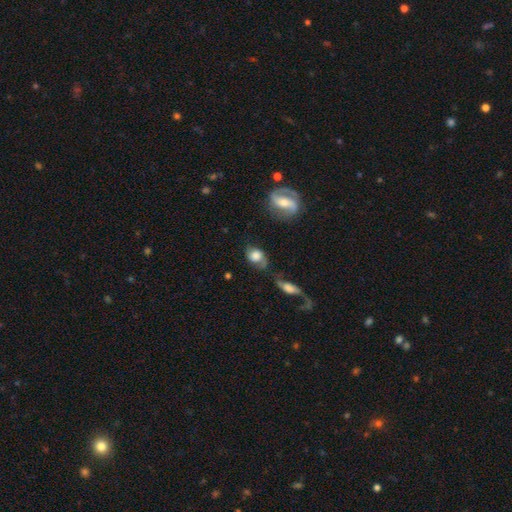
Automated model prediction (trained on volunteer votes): Smooth or featured? smooth (59%)
How rounded? in between (54%)
Merging? none (42%)